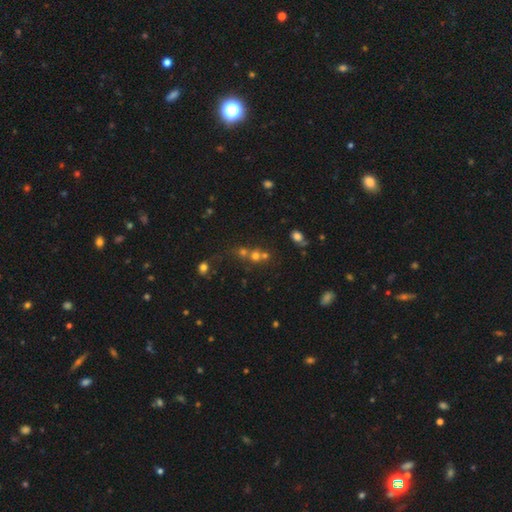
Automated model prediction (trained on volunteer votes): Smooth or featured?
  - smooth: 49% *
  - star or artifact: 36%
  - featured or disk: 15%
Merging?
  - none: 44% * (tied)
  - merger: 44% * (tied)
  - minor disturbance: 8%
  - major disturbance: 5%